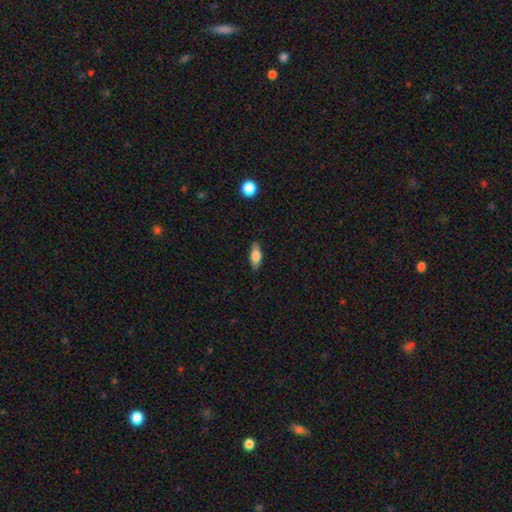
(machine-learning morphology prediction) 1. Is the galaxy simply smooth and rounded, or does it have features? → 77% smooth, 16% featured or disk, 7% star or artifact.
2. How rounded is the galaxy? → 76% in between, 21% cigar-shaped, 3% round.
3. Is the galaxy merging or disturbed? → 83% none, 13% minor disturbance, 3% major disturbance, 1% merger.